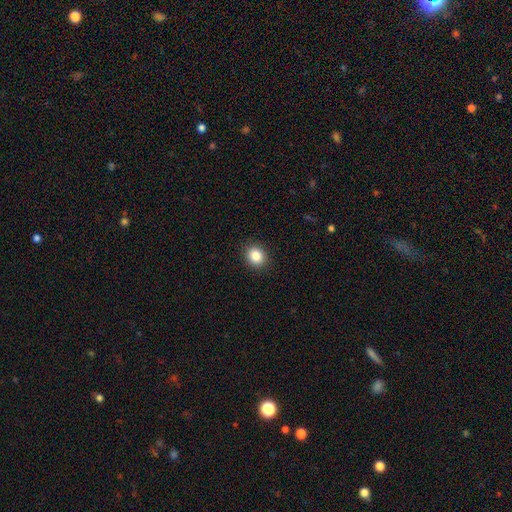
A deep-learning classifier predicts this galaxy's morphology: A smooth galaxy with no disk features (85%) that is round (64%).

Vote fractions:
- Smooth or featured? smooth: 85% / star or artifact: 10% / featured or disk: 5%
- How rounded? round: 64% / in between: 35% / cigar-shaped: 1%
- Merging? none: 90% / minor disturbance: 7% / major disturbance: 2% / merger: 1%